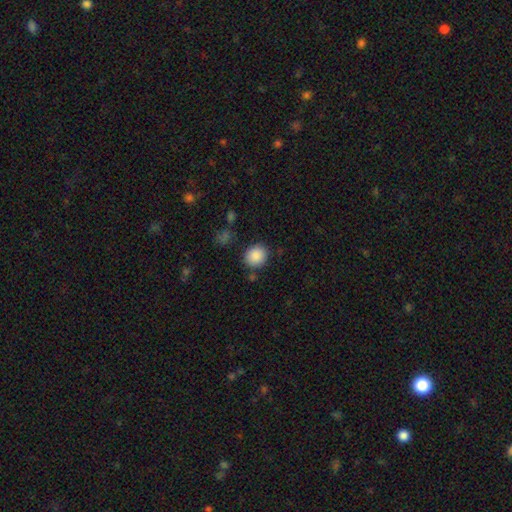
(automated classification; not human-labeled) A smooth galaxy with no disk features (88%) that is round (75%). Merging: none (82%).